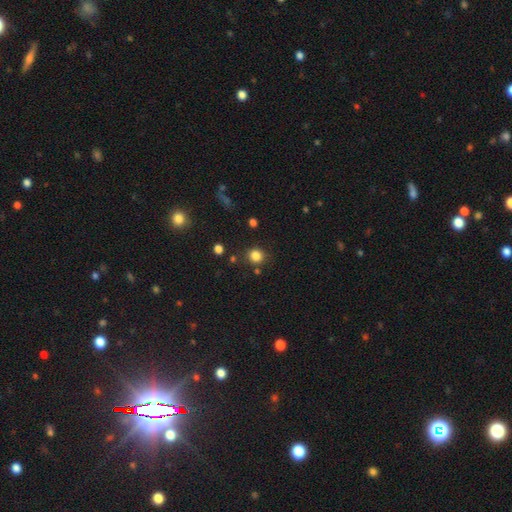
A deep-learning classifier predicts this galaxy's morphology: Smooth or featured: smooth — 83% (star or artifact — 13%)
How rounded: round — 84% (in between — 15%)
Merging: none — 81% (minor disturbance — 11%)